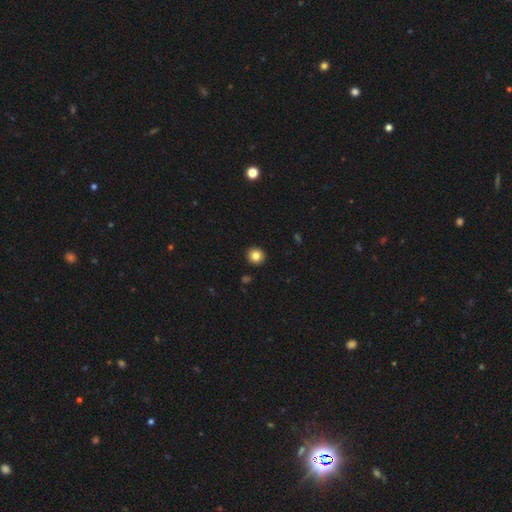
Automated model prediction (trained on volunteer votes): This is clearly a smooth galaxy (84%). How rounded: clearly round (92%). Merging: clearly none (93%).